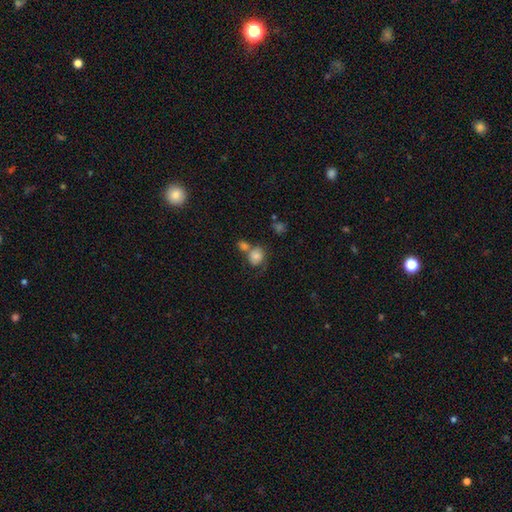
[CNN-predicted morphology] Smooth or featured: smooth — 75% (featured or disk — 16%)
How rounded: round — 71% (in between — 28%)
Merging: merger — 41% (none — 32%)